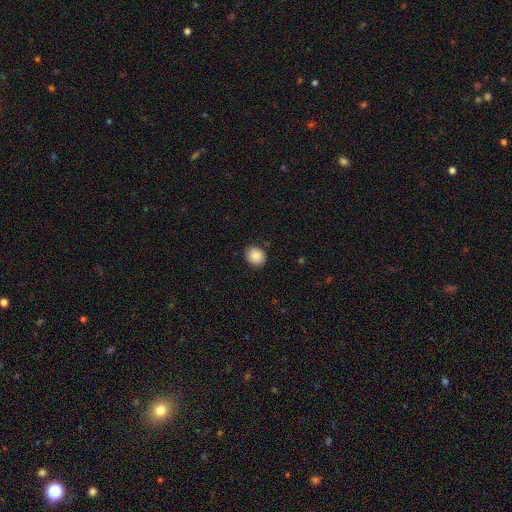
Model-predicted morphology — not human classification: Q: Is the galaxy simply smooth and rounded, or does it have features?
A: smooth — 85%.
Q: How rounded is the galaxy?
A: round — 74%.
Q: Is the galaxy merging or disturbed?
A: none — 86%.